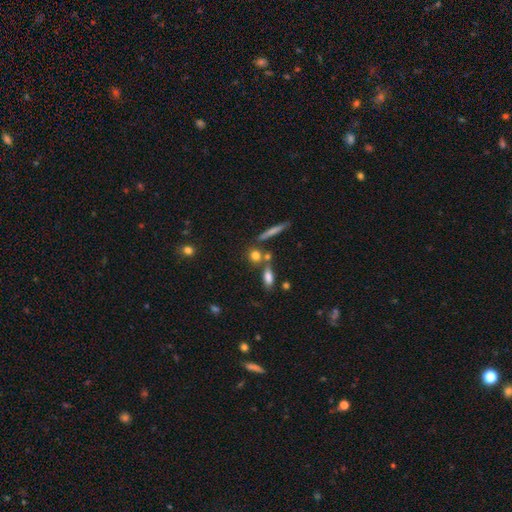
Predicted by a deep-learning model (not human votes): A smooth galaxy with no disk features (75%) that is round (54%). Merging: none (63%).